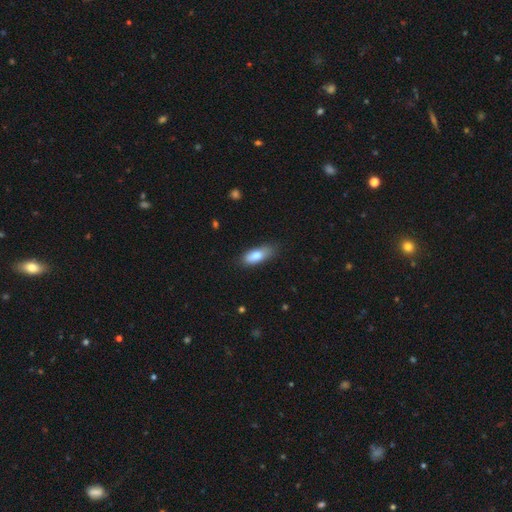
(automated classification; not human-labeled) Smooth or featured? smooth (81%)
How rounded? in between (77%)
Merging? none (68%)